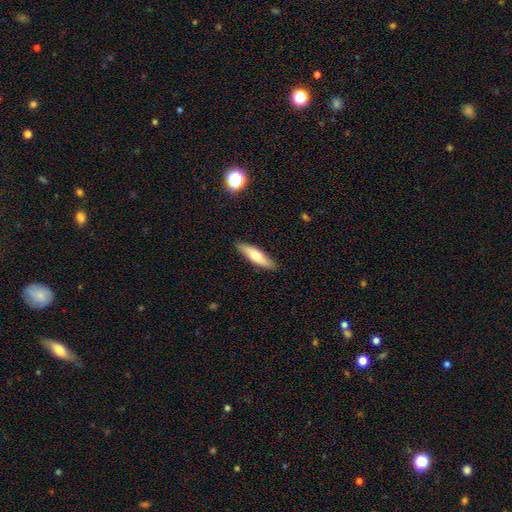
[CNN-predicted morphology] smooth-or-featured: smooth: 57% | featured or disk: 37% | star or artifact: 6%
  how-rounded: cigar-shaped: 68% | in between: 30% | round: 2%
  merging: none: 89% | minor disturbance: 8% | major disturbance: 2% | merger: 1%